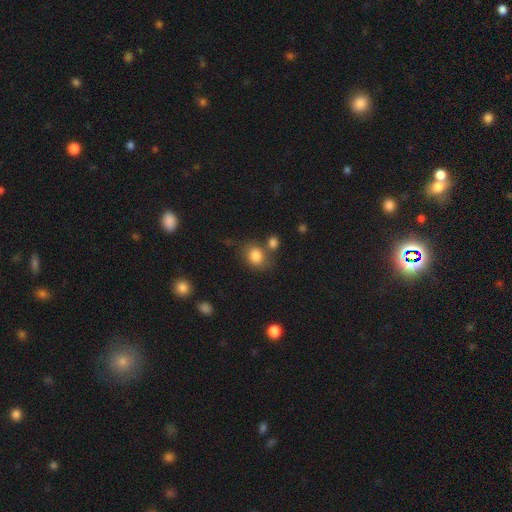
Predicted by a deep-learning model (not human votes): Q: Smooth or featured?
A: smooth (82%); runner-up: star or artifact (10%)
Q: How rounded?
A: round (58%); runner-up: in between (41%)
Q: Merging?
A: none (59%); runner-up: merger (19%)